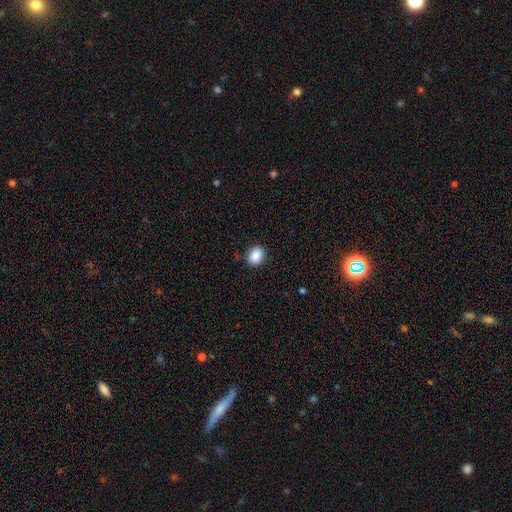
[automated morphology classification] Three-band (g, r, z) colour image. It shows a smooth galaxy with no disk features (88%) that is round (57%). Merging: none (89%).